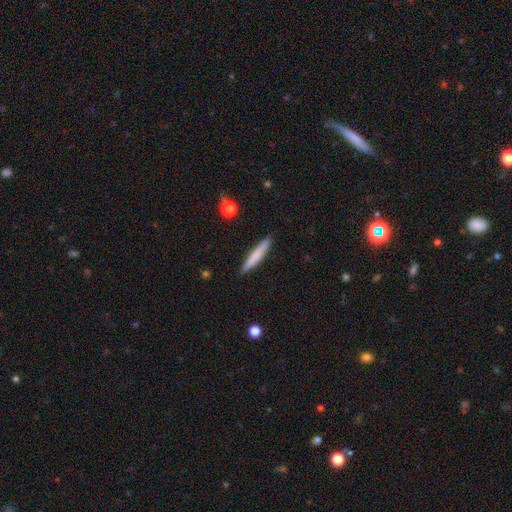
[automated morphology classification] Smooth or featured? smooth (70%)
How rounded? cigar-shaped (94%)
Merging? none (89%)